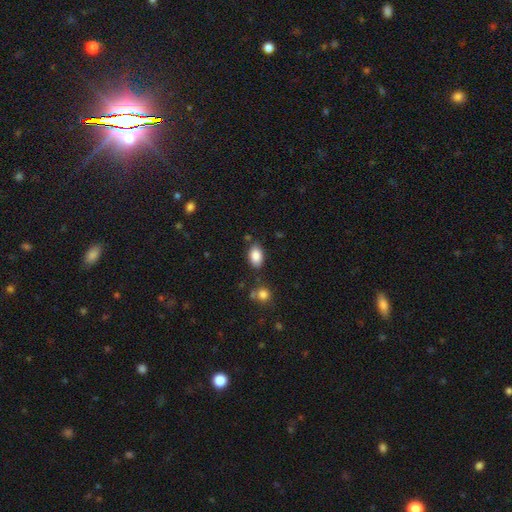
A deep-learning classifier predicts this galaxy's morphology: A smooth galaxy with no disk features (87%) that is in between round and cigar-shaped (89%). Merging: none (79%).